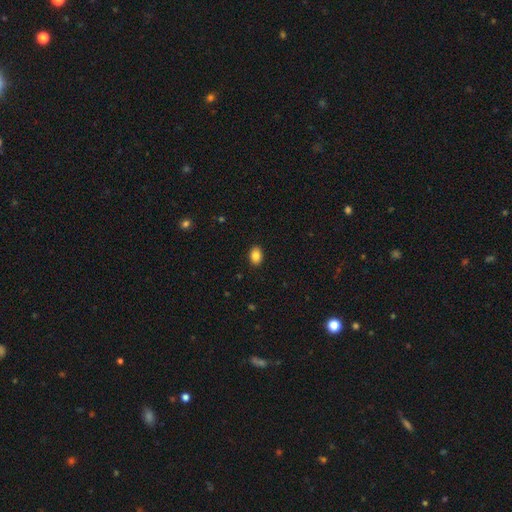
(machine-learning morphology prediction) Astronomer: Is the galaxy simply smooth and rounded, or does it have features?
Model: smooth — 86%.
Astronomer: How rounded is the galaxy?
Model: in between — 78%.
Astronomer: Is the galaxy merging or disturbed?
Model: none — 90%.